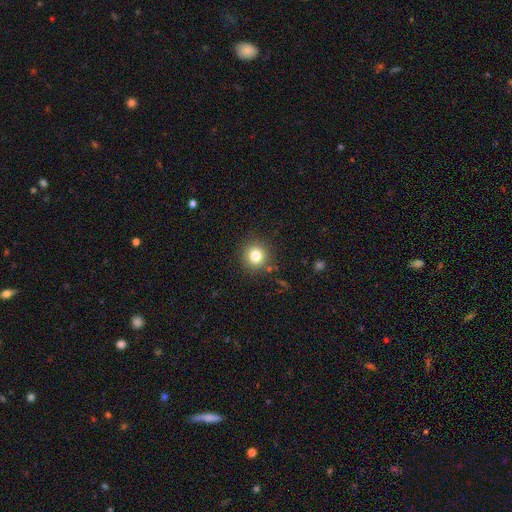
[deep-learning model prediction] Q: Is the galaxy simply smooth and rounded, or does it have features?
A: smooth — 81%.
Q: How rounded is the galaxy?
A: round — 92%.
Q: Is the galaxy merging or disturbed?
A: none — 87%.